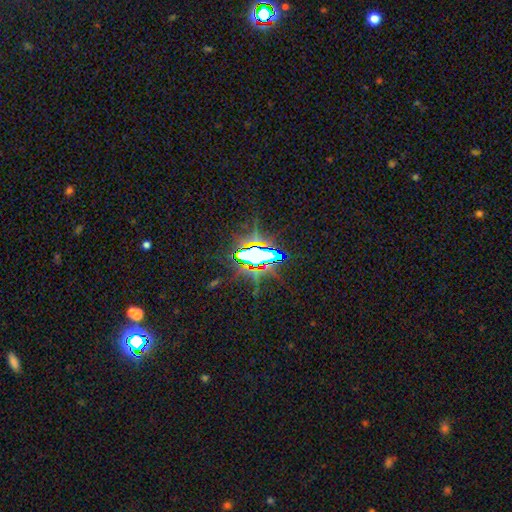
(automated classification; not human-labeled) Q: Smooth or featured?
A: star or artifact (68%); runner-up: smooth (17%)